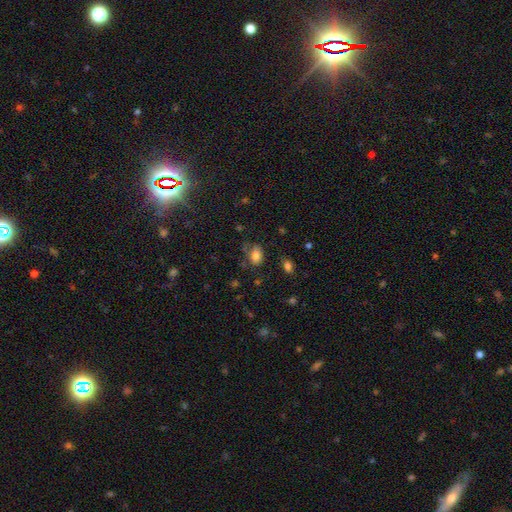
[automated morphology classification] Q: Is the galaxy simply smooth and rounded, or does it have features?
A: smooth — 79%.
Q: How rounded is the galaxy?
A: in between — 83%.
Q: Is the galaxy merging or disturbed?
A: none — 60%.